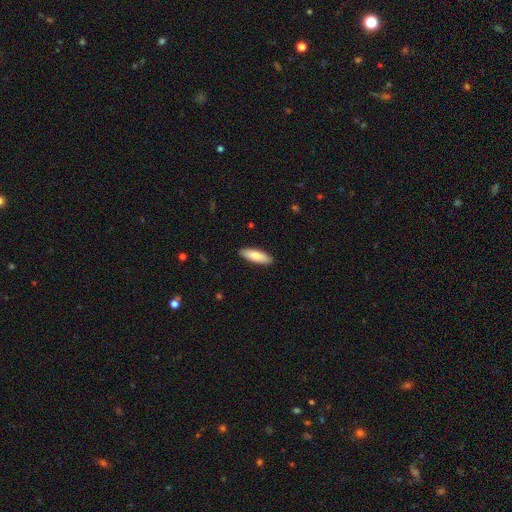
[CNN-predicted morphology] smooth 83%, featured or disk 12%, star or artifact 5%. Down the decision tree: how rounded — in between (58%); merging — none (90%).